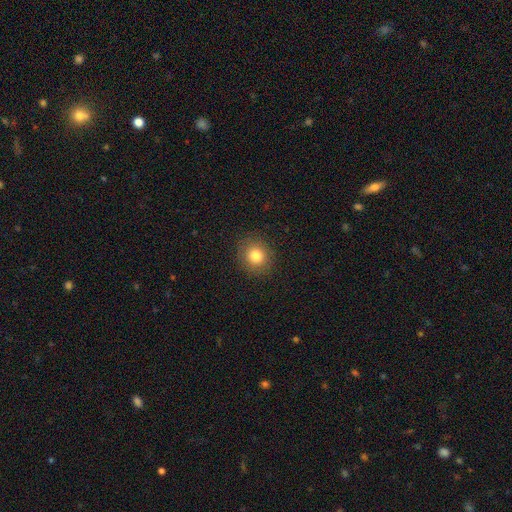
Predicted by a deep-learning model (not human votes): smooth_or_featured: smooth (p=0.81) [alt: star or artifact p=0.11]
how_rounded: round (p=0.82) [alt: in between p=0.17]
merging: none (p=0.89) [alt: minor disturbance p=0.08]